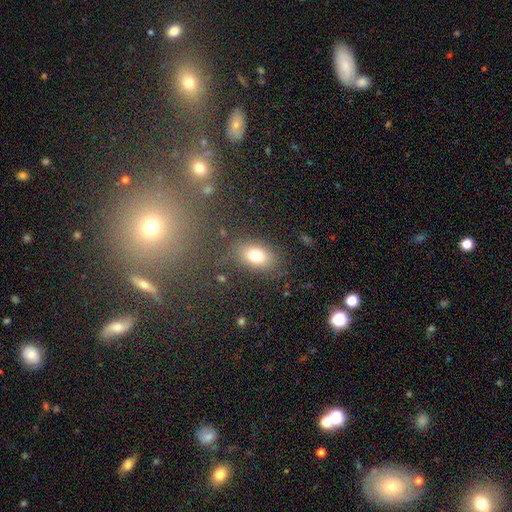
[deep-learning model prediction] smooth_or_featured: smooth (p=0.76) [alt: featured or disk p=0.12]
how_rounded: in between (p=0.79) [alt: round p=0.19]
merging: none (p=0.81) [alt: minor disturbance p=0.12]